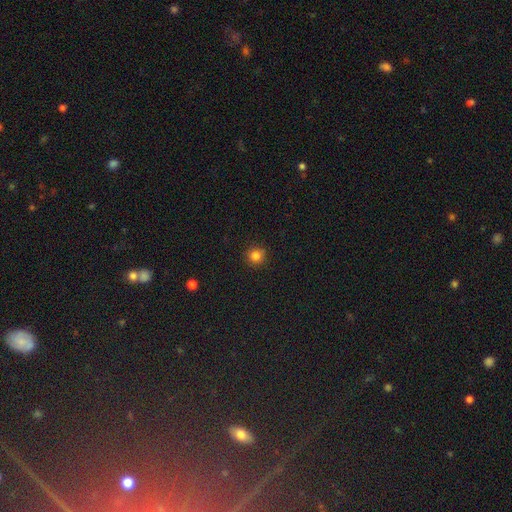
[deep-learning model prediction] Q: Smooth or featured?
A: smooth (83%); runner-up: star or artifact (13%)
Q: How rounded?
A: round (93%); runner-up: in between (6%)
Q: Merging?
A: none (91%); runner-up: minor disturbance (6%)